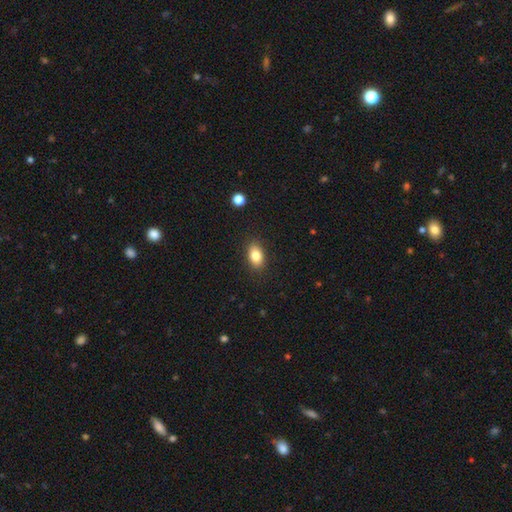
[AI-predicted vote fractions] A smooth galaxy with no disk features (83%) that is in between round and cigar-shaped (86%).

Vote fractions:
- Smooth or featured? smooth: 83% / star or artifact: 9% / featured or disk: 8%
- How rounded? in between: 86% / round: 12% / cigar-shaped: 2%
- Merging? none: 87% / minor disturbance: 10% / major disturbance: 2% / merger: 1%